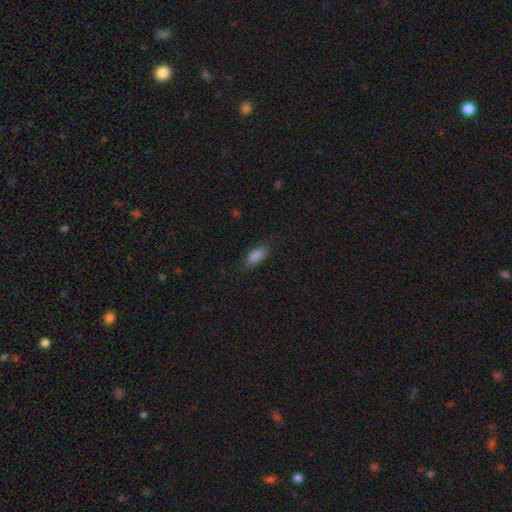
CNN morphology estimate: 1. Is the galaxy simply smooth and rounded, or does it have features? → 86% smooth, 8% star or artifact, 6% featured or disk.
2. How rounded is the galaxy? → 85% in between, 12% cigar-shaped, 3% round.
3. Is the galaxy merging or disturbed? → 80% none, 15% minor disturbance, 4% major disturbance, 1% merger.